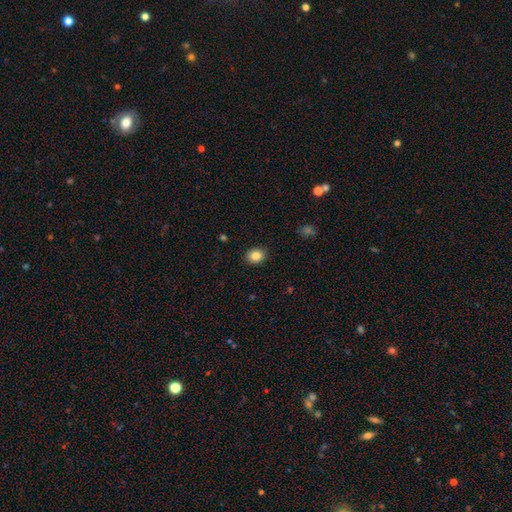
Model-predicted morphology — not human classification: Smooth or featured?
  - smooth: 86% *
  - star or artifact: 9%
  - featured or disk: 5%
How rounded?
  - in between: 55% *
  - round: 44%
  - cigar-shaped: 1%
Merging?
  - none: 89% *
  - minor disturbance: 8%
  - major disturbance: 2%
  - merger: 1%